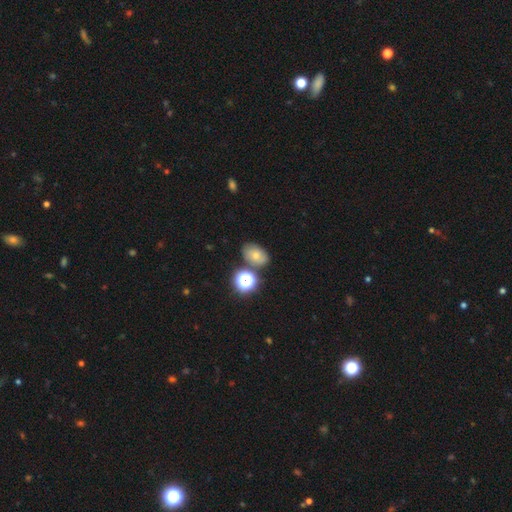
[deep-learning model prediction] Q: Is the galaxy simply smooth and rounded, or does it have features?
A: smooth — 62%.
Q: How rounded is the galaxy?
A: in between — 74%.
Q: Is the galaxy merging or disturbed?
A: none — 68%.